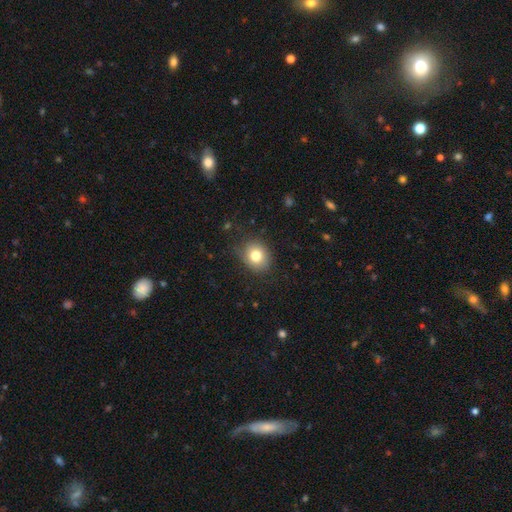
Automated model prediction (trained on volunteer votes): Smooth or featured? Predicted: smooth (p=0.79). How rounded? Predicted: round (p=0.67). Merging? Predicted: none (p=0.79).